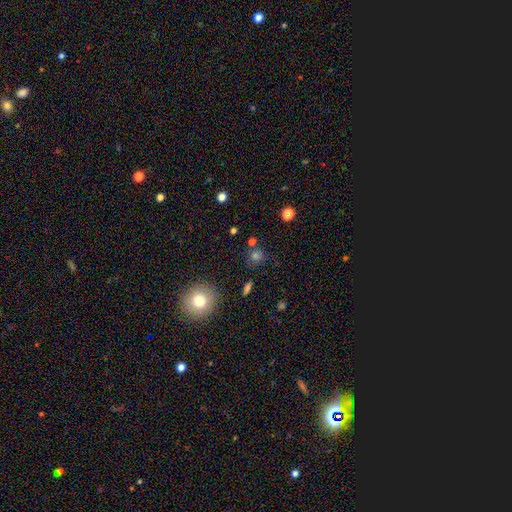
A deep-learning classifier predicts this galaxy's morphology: smooth-or-featured: smooth: 67% | star or artifact: 25% | featured or disk: 8%
  how-rounded: round: 86% | in between: 12% | cigar-shaped: 2%
  merging: none: 79% | minor disturbance: 10% | merger: 7% | major disturbance: 4%